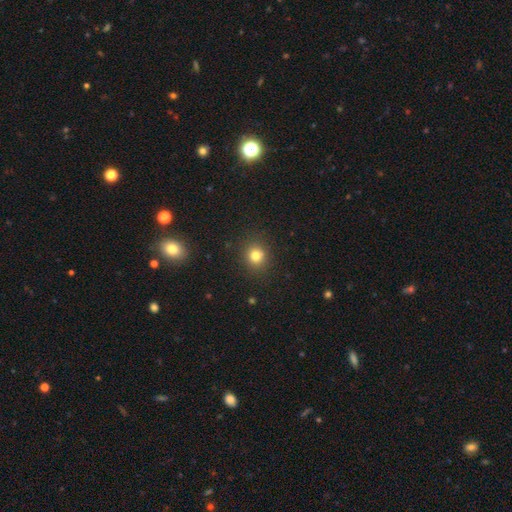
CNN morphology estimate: smooth 79%, star or artifact 15%, featured or disk 7%. Down the decision tree: how rounded — round (83%); merging — none (85%).